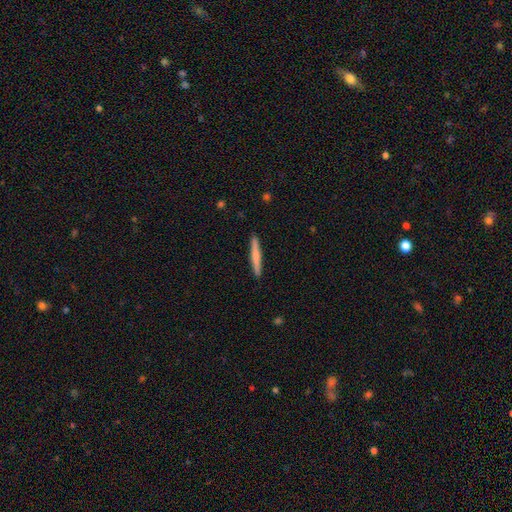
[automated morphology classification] Smooth or featured?
  - smooth: 65% *
  - featured or disk: 30%
  - star or artifact: 5%
How rounded?
  - cigar-shaped: 96% *
  - in between: 3%
  - round: 1%
Merging?
  - none: 91% *
  - minor disturbance: 6%
  - major disturbance: 1%
  - merger: 1%